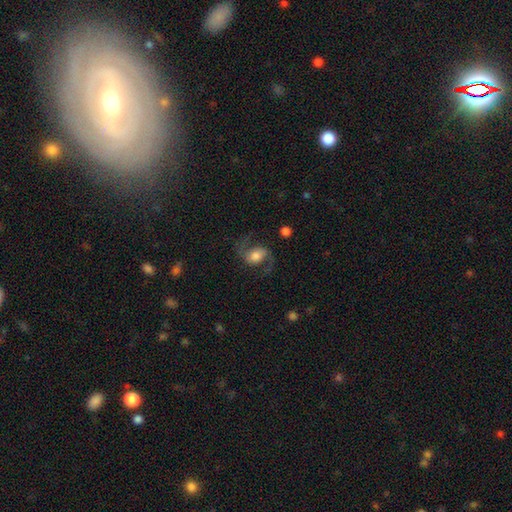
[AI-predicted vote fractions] The model was most divided on "bar": no: 45%, weak: 38%, strong: 17%. More confident: edge-on disk — no (97%); spiral arms — yes (95%); spiral arm count — 2 (93%); smooth or featured — featured or disk (76%); merging — none (71%); spiral winding — loose (54%); bulge size — moderate (51%).